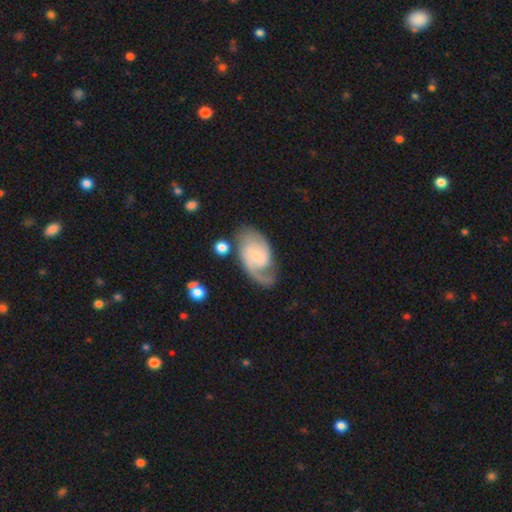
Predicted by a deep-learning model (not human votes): The model was most divided on "spiral winding": medium: 51%, tight: 30%, loose: 19%. More confident: edge-on disk — no (97%); spiral arms — yes (96%); smooth or featured — featured or disk (82%); spiral arm count — 2 (80%); merging — none (70%); bulge size — small (59%); bar — weak (56%).